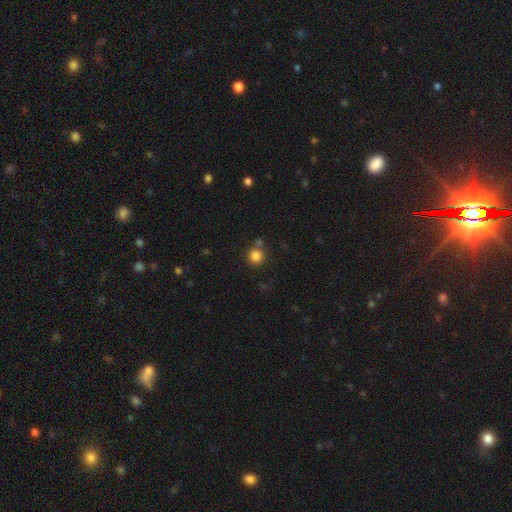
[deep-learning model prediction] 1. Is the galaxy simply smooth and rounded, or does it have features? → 83% smooth, 12% star or artifact, 5% featured or disk.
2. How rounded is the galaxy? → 92% round, 7% in between, 1% cigar-shaped.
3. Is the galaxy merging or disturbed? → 76% none, 11% merger, 9% minor disturbance, 3% major disturbance.